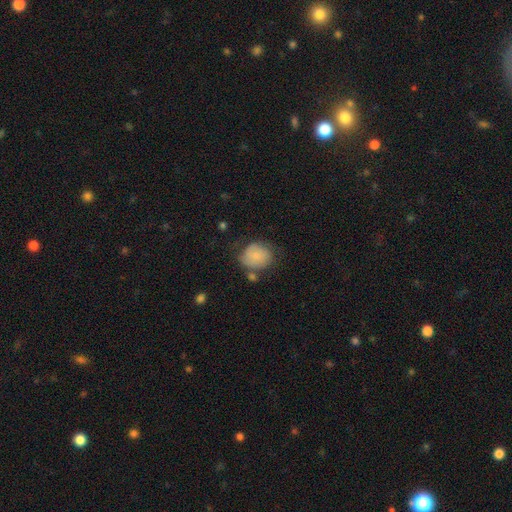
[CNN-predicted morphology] smooth_or_featured: smooth (p=0.71) [alt: featured or disk p=0.21]
how_rounded: round (p=0.61) [alt: in between p=0.38]
merging: none (p=0.50) [alt: minor disturbance p=0.28]